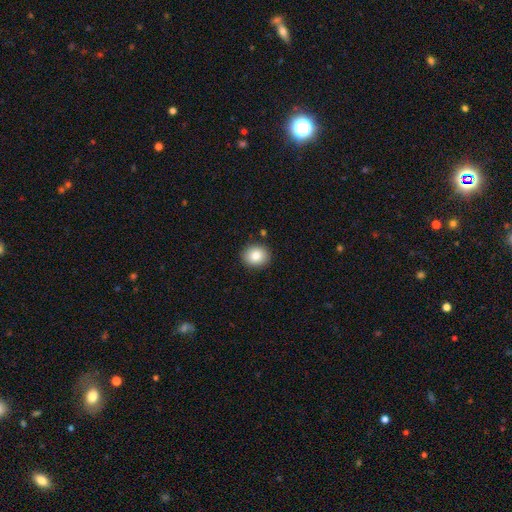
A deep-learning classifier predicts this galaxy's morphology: type=smooth (84%); roundness=round (69%); merging=none (89%).